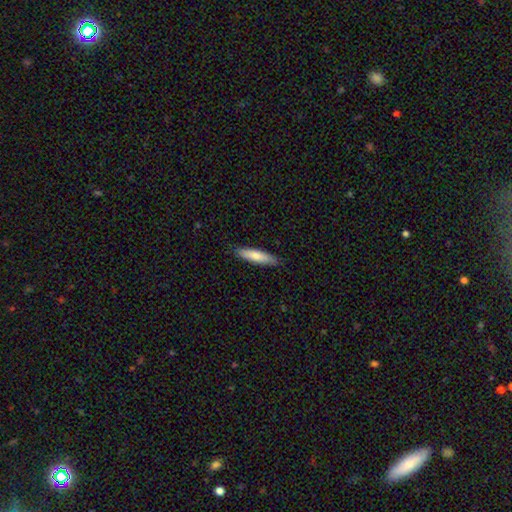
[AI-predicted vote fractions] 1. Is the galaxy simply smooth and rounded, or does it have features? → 74% smooth, 20% featured or disk, 5% star or artifact.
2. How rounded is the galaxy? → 75% cigar-shaped, 23% in between, 1% round.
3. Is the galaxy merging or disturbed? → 87% none, 10% minor disturbance, 2% major disturbance, 1% merger.